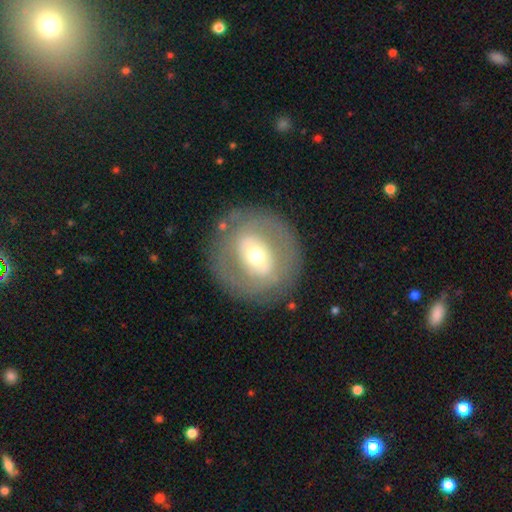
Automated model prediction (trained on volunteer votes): smooth-or-featured: featured or disk: 61% | smooth: 32% | star or artifact: 7%
  disk-edge-on: no: 92% | yes: 8%
    bar: strong: 40% | weak: 35% | no: 25%
    has-spiral-arms: no: 75% | yes: 25%
    bulge-size: moderate: 62% | small: 23% | large: 12% | dominant: 2% | none: 1%
  merging: none: 81% | minor disturbance: 10% | major disturbance: 7% | merger: 2%